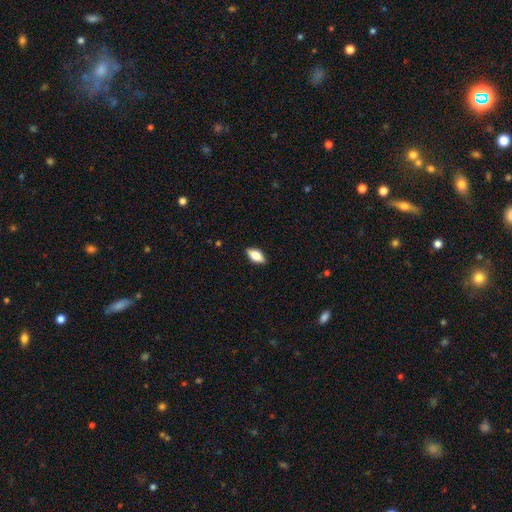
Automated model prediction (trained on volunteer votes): smooth 69%, featured or disk 24%, star or artifact 7%. Down the decision tree: how rounded — in between (86%); merging — none (88%).